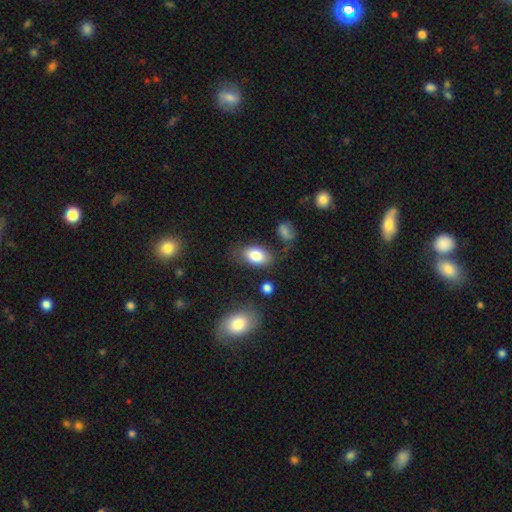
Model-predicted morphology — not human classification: smooth_or_featured: smooth (p=0.83) [alt: featured or disk p=0.10]
how_rounded: in between (p=0.91) [alt: round p=0.07]
merging: none (p=0.75) [alt: minor disturbance p=0.16]